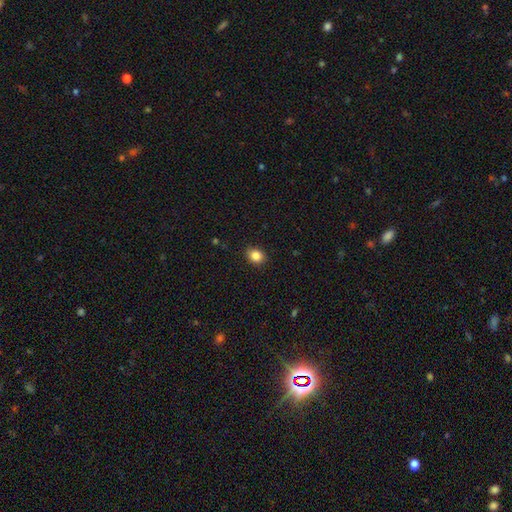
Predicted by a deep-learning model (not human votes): smooth 85%, star or artifact 10%, featured or disk 5%. Down the decision tree: how rounded — round (56%); merging — none (89%).